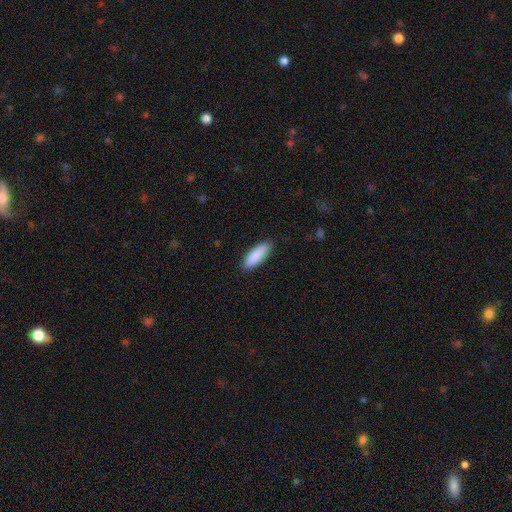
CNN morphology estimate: smooth-or-featured: smooth: 89% | featured or disk: 6% | star or artifact: 5%
  how-rounded: in between: 53% | cigar-shaped: 45% | round: 2%
  merging: none: 88% | minor disturbance: 9% | major disturbance: 2% | merger: 1%